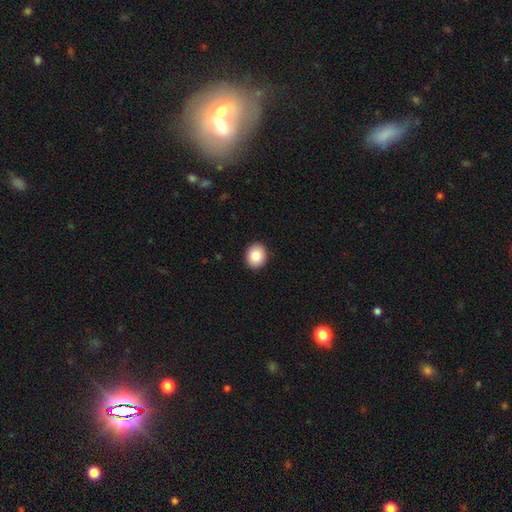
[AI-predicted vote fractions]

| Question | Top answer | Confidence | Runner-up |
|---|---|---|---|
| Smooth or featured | smooth | 84% | star or artifact (8%) |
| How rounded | round | 64% | in between (35%) |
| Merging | none | 92% | minor disturbance (6%) |